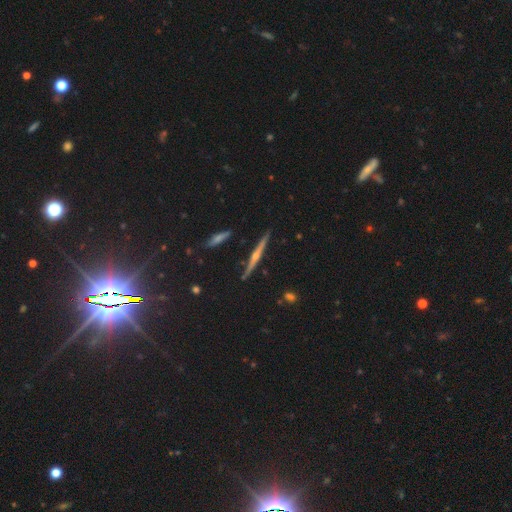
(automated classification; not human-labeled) Overall: featured or disk (79%). Edge-on disk: yes (98%). Edge-on bulge: rounded (86%). Merging: none (90%).